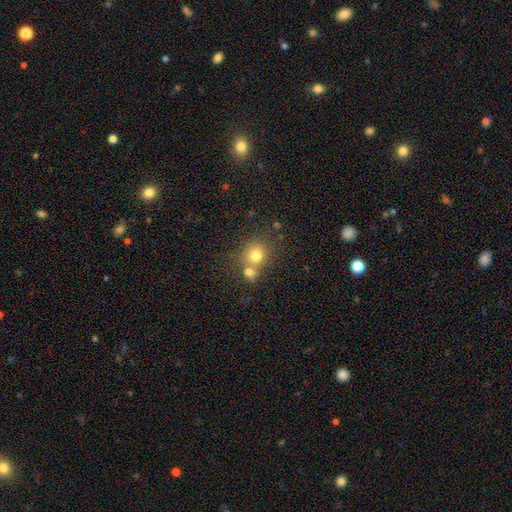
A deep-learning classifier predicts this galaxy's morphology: Smooth or featured? smooth (76%)
How rounded? round (83%)
Merging? none (47%)